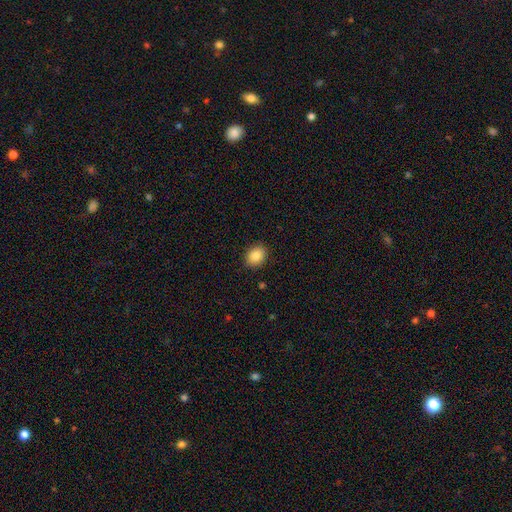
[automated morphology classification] This is clearly a smooth galaxy (88%). How rounded: possibly in between (53%). Merging: clearly none (88%).